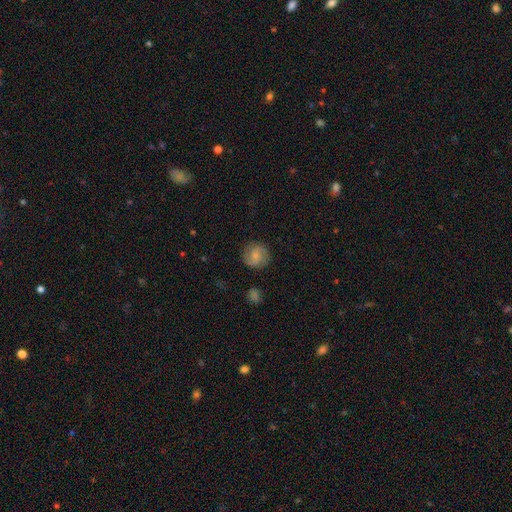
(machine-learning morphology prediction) The model was most divided on "smooth or featured": smooth: 52%, featured or disk: 40%, star or artifact: 8%. More confident: how rounded — round (89%); merging — none (84%).